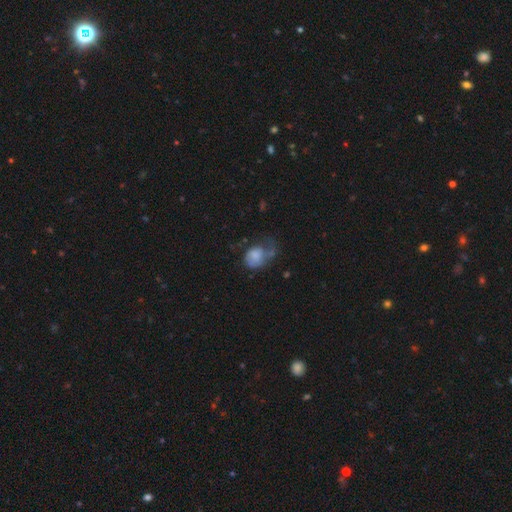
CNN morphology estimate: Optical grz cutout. It shows a smooth galaxy with no disk features (59%) that is in between round and cigar-shaped (54%). Merging: major disturbance (44%).